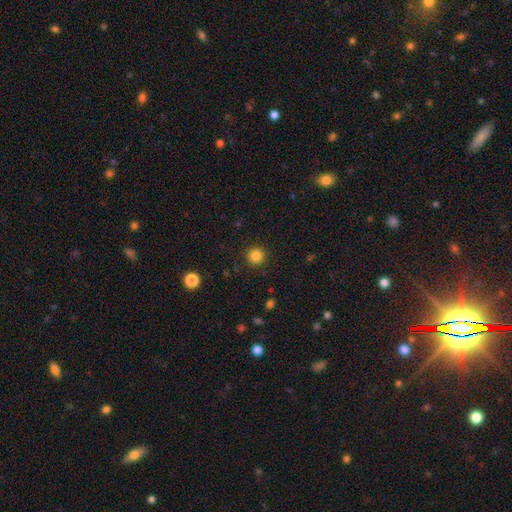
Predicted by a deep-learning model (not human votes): A smooth galaxy with no disk features (84%) that is round (94%).

Vote fractions:
- Smooth or featured? smooth: 84% / star or artifact: 12% / featured or disk: 4%
- How rounded? round: 94% / in between: 5% / cigar-shaped: 1%
- Merging? none: 90% / minor disturbance: 6% / major disturbance: 2% / merger: 1%